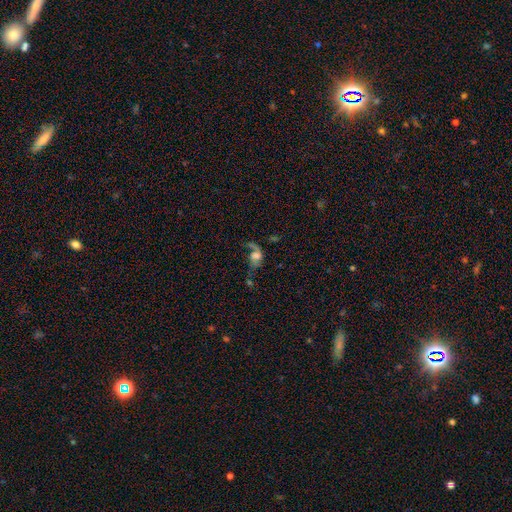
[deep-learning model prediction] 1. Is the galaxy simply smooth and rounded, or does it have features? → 60% featured or disk, 26% smooth, 14% star or artifact.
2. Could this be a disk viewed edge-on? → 95% no, 5% yes.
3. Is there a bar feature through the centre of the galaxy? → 65% no, 28% weak, 6% strong.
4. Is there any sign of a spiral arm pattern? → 79% yes, 21% no.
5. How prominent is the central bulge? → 33% large, 31% moderate, 15% small, 14% none, 6% dominant.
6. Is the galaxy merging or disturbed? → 39% major disturbance, 31% none, 17% minor disturbance, 14% merger.